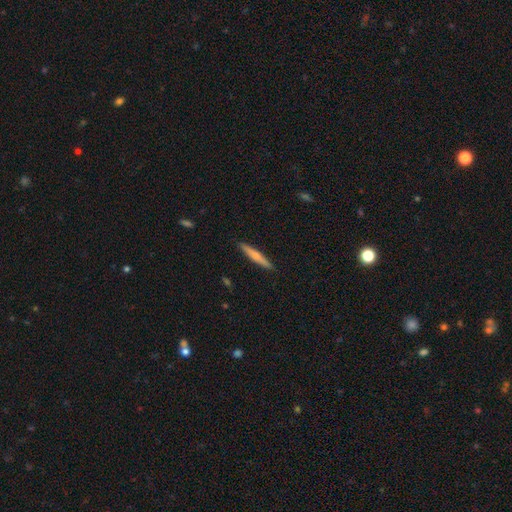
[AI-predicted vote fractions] smooth 57%, featured or disk 37%, star or artifact 6%. Down the decision tree: how rounded — cigar-shaped (93%); merging — none (91%).